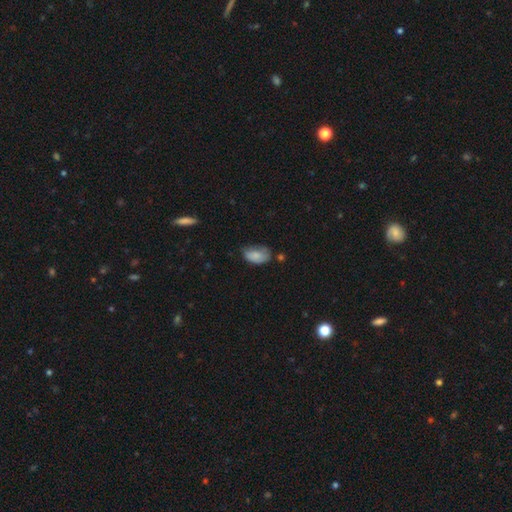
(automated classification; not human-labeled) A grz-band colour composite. It shows a smooth galaxy with no disk features (80%) that is in between round and cigar-shaped (91%). Merging: none (48%).